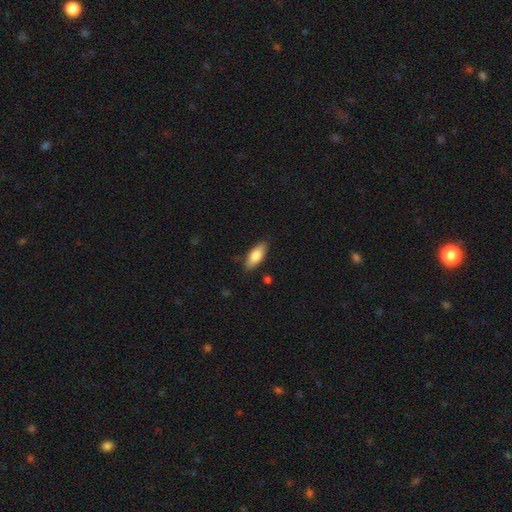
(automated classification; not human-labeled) Overall: smooth (80%). How rounded: in between (80%). Merging: none (84%).